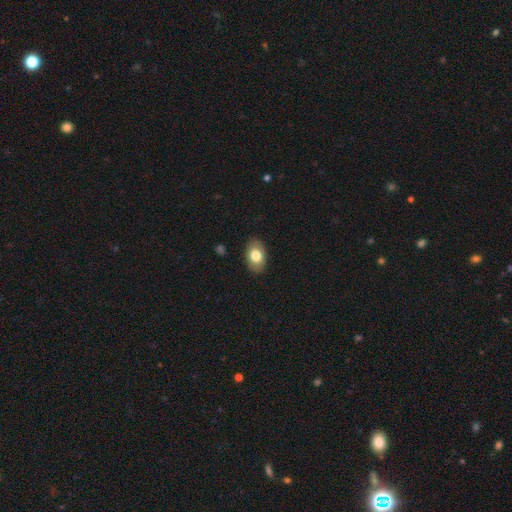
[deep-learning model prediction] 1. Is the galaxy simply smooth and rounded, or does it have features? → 77% smooth, 16% featured or disk, 7% star or artifact.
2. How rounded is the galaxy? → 88% in between, 11% round, 1% cigar-shaped.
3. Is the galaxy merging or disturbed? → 87% none, 9% minor disturbance, 2% major disturbance, 1% merger.